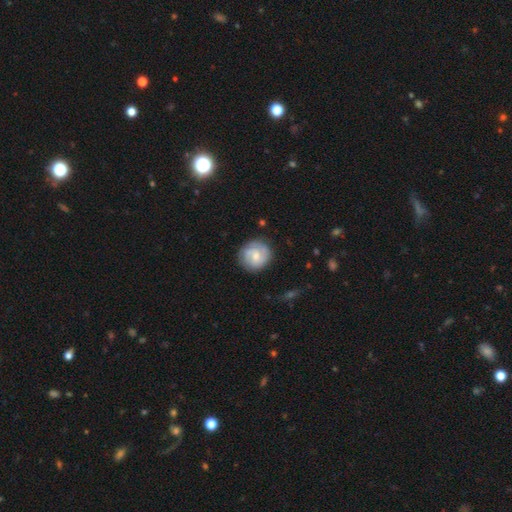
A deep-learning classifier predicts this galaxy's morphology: This appears to be a featured or disk galaxy (56%) with no bar (50%), spiral arms (86%) and a moderate central bulge (48%). Merging: none (79%).